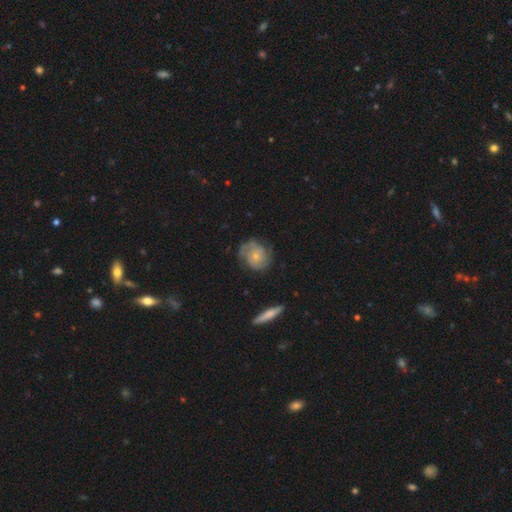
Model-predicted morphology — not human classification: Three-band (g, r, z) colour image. It shows a featured or disk galaxy (65%) with no bar (79%), 2 (45%) tight (50%) spiral arms (89%) and a small central bulge (71%). Merging: none (66%).